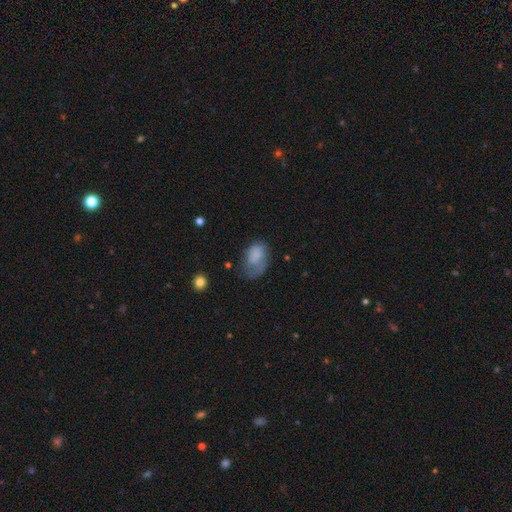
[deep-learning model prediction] smooth 72%, featured or disk 19%, star or artifact 9%. Down the decision tree: how rounded — in between (85%); merging — major disturbance (34%).